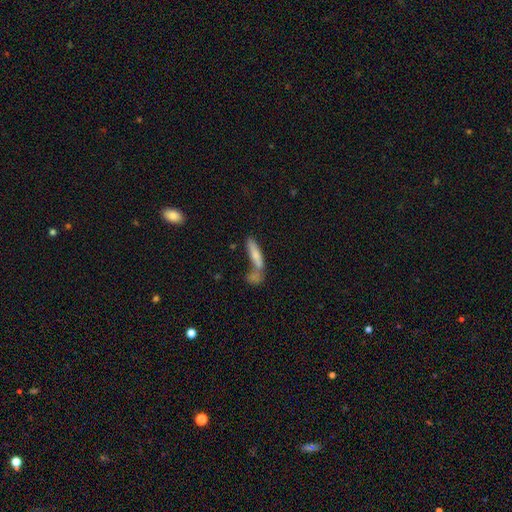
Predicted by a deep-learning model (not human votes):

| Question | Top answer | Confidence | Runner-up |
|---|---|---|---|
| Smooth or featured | smooth | 75% | featured or disk (18%) |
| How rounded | cigar-shaped | 73% | in between (25%) |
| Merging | merger | 40% | tied: none (40%) |